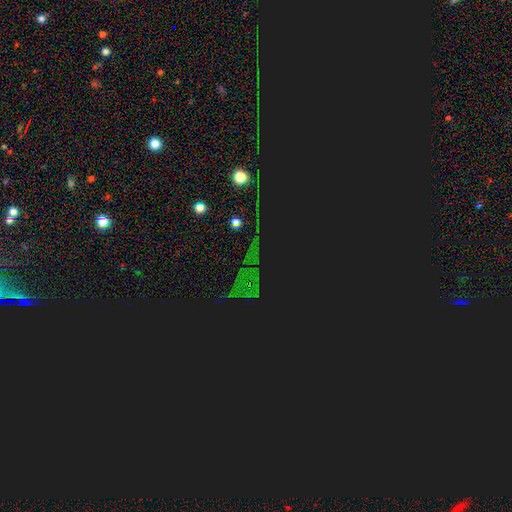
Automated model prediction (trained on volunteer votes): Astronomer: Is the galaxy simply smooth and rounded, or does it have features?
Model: star or artifact — 81%.